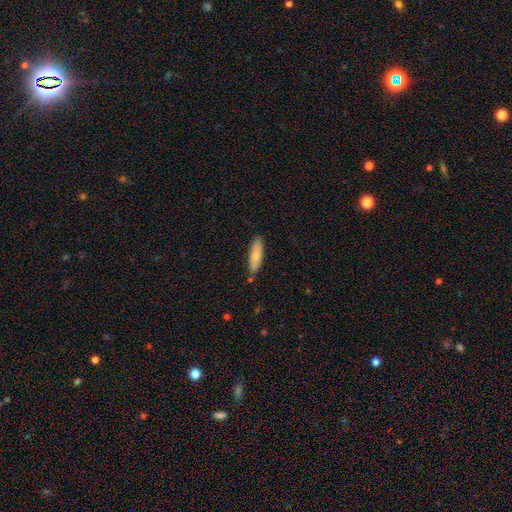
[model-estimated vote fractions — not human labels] Smooth or featured?
  - smooth: 76% *
  - featured or disk: 18%
  - star or artifact: 6%
How rounded?
  - cigar-shaped: 56% *
  - in between: 42%
  - round: 2%
Merging?
  - none: 80% *
  - minor disturbance: 15%
  - merger: 4%
  - major disturbance: 2%